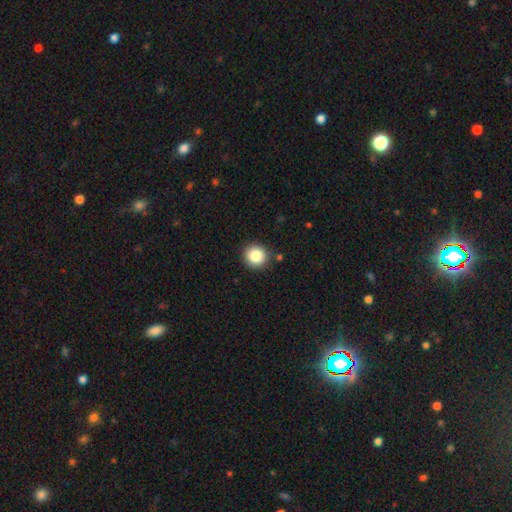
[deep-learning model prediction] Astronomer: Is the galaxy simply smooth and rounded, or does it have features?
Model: smooth — 85%.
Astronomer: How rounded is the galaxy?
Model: round — 92%.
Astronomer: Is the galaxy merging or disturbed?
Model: none — 89%.